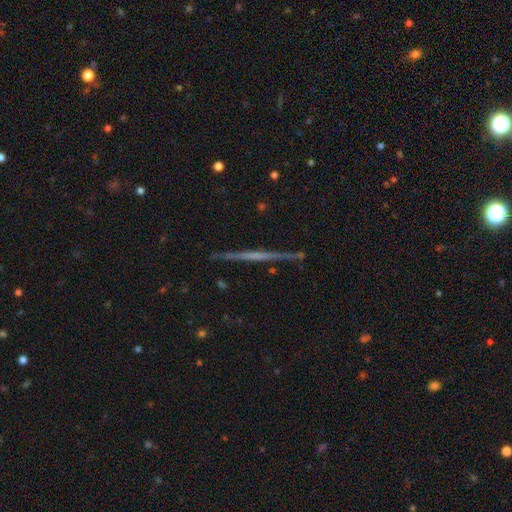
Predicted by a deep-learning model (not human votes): Smooth or featured? featured or disk (72%)
Edge-on disk? yes (98%)
Edge-on bulge? none (75%)
Merging? none (91%)